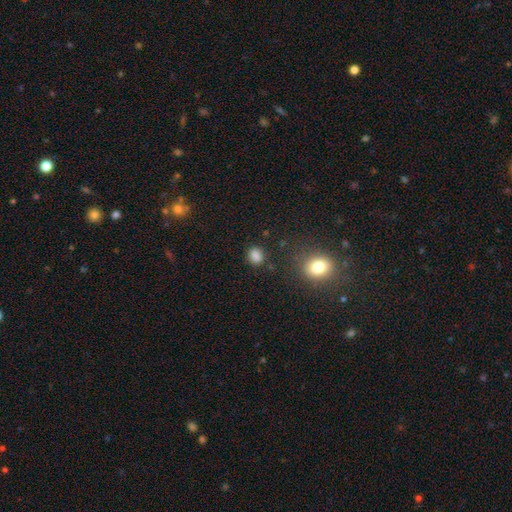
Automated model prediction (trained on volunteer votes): Smooth or featured? Predicted: smooth (p=0.83). How rounded? Predicted: round (p=0.63). Merging? Predicted: none (p=0.80).